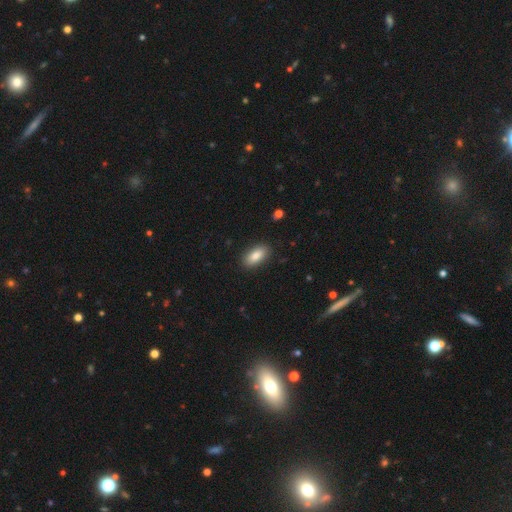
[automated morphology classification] Q: Smooth or featured?
A: smooth (86%); runner-up: featured or disk (7%)
Q: How rounded?
A: in between (91%); runner-up: cigar-shaped (6%)
Q: Merging?
A: none (88%); runner-up: minor disturbance (9%)